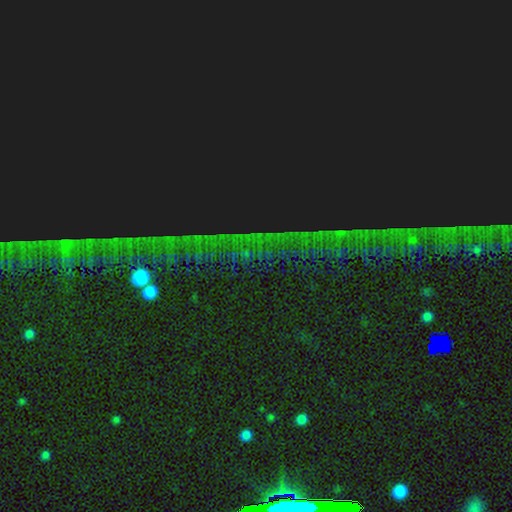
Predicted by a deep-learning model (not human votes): The model was most divided on "smooth or featured": star or artifact: 88%, smooth: 6%, featured or disk: 6%.